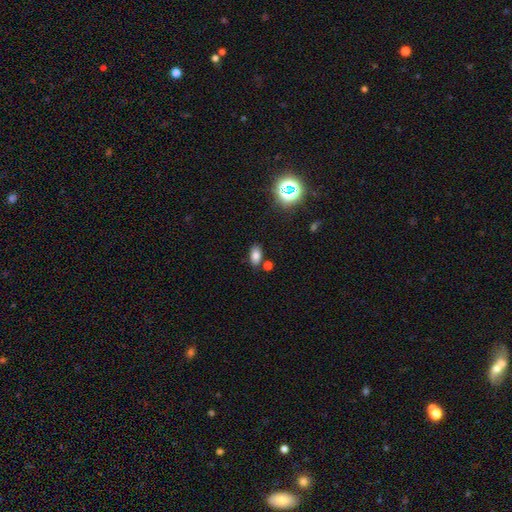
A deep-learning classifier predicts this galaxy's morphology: Smooth or featured: smooth — 79% (star or artifact — 14%)
How rounded: in between — 90% (round — 7%)
Merging: none — 76% (minor disturbance — 12%)